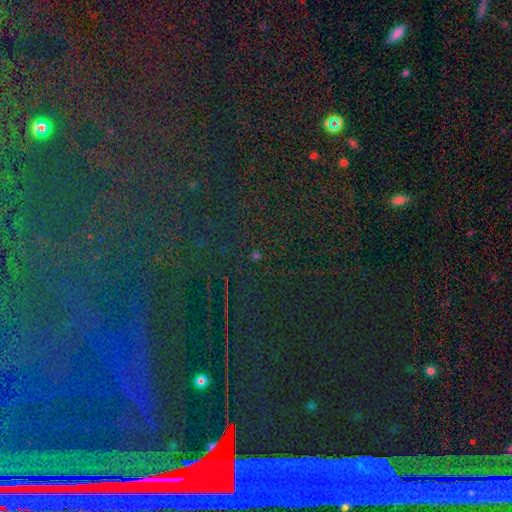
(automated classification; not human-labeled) Smooth or featured? star or artifact (80%)